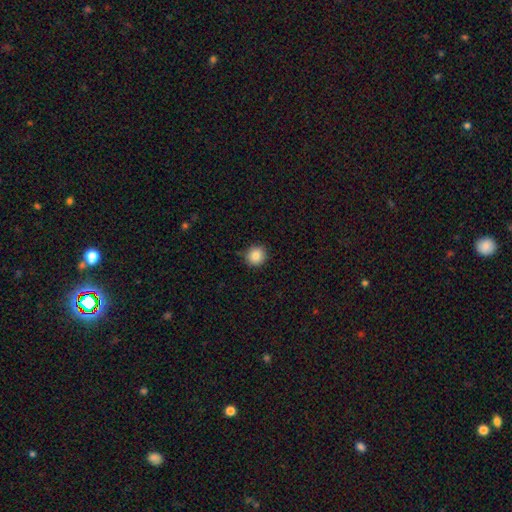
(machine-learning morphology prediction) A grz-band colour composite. It shows a smooth galaxy with no disk features (85%) that is round (91%). Merging: none (88%).